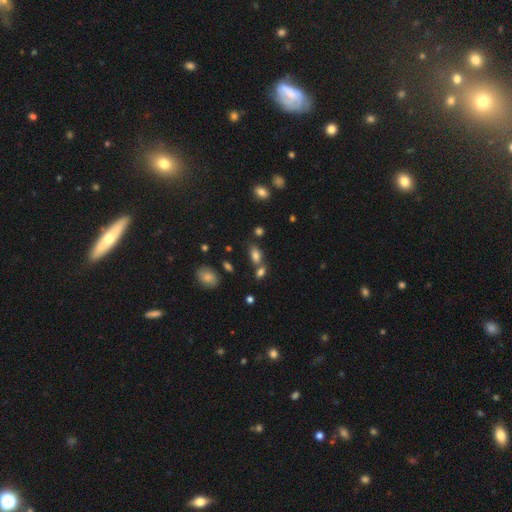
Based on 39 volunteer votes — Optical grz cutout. It shows a smooth galaxy with no disk features (90%) that is in between round and cigar-shaped (89%). Merging: none (54%).